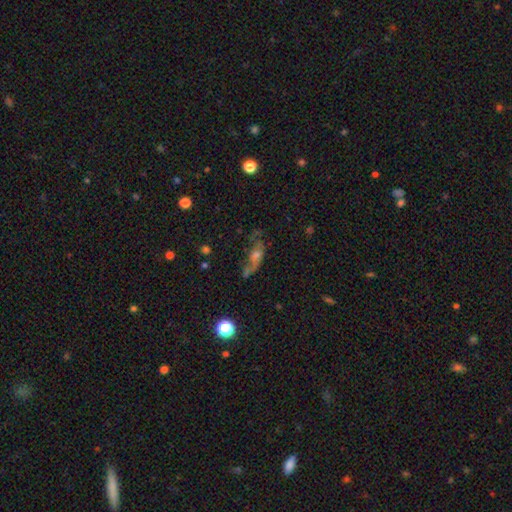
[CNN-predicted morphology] A featured or disk galaxy (50%). Merging: none (41%).